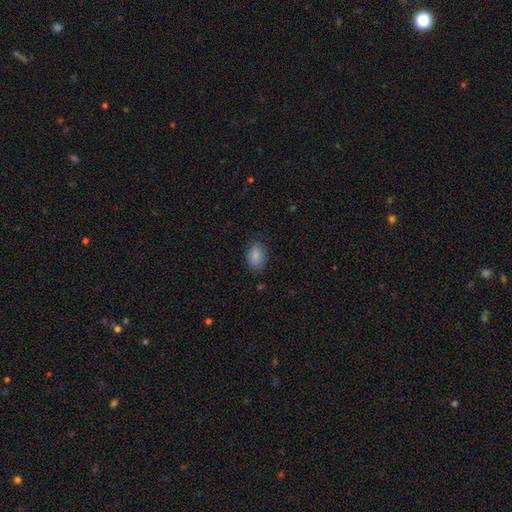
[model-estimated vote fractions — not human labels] A smooth galaxy with no disk features (86%) that is in between round and cigar-shaped (87%).

Vote fractions:
- Smooth or featured? smooth: 86% / star or artifact: 7% / featured or disk: 7%
- How rounded? in between: 87% / round: 11% / cigar-shaped: 2%
- Merging? none: 79% / minor disturbance: 16% / major disturbance: 4% / merger: 1%